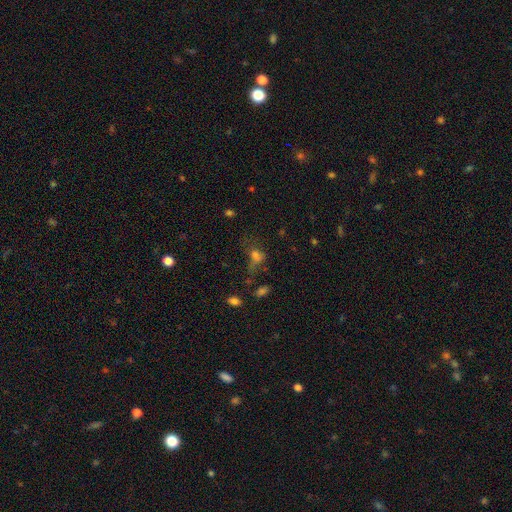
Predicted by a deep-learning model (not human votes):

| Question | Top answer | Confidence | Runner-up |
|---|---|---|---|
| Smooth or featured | smooth | 56% | star or artifact (25%) |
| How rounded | in between | 56% | round (39%) |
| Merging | none | 35% | major disturbance (32%) |